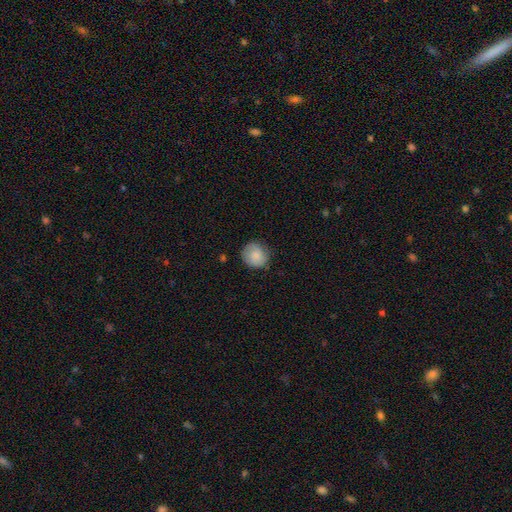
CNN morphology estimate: A smooth galaxy with no disk features (81%) that is round (83%).

Vote fractions:
- Smooth or featured? smooth: 81% / featured or disk: 12% / star or artifact: 7%
- How rounded? round: 83% / in between: 16% / cigar-shaped: 1%
- Merging? none: 75% / minor disturbance: 19% / major disturbance: 4% / merger: 1%